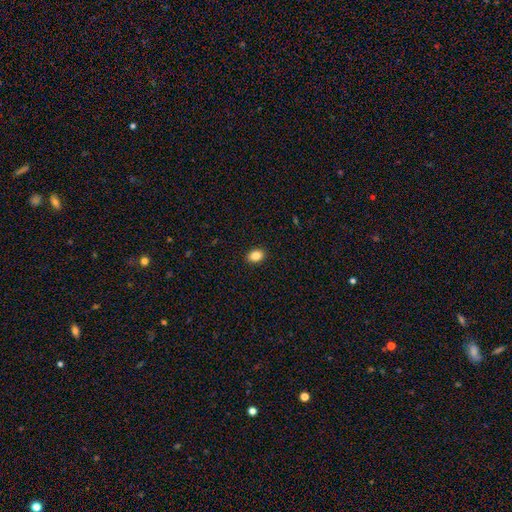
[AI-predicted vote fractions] Morphology: type=smooth (86%); roundness=in between (71%); merging=none (91%).